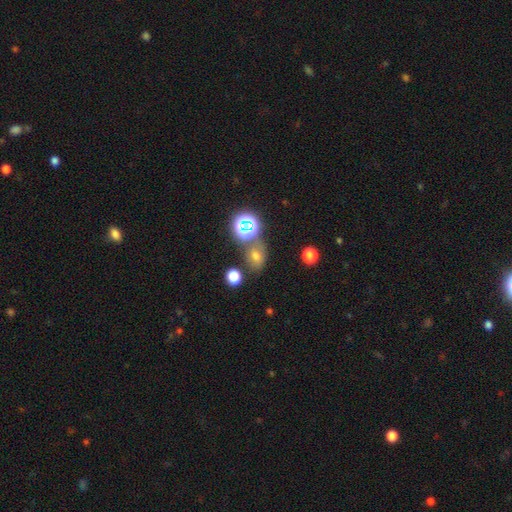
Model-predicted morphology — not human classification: type=smooth (55%); roundness=in between (57%); merging=none (63%).